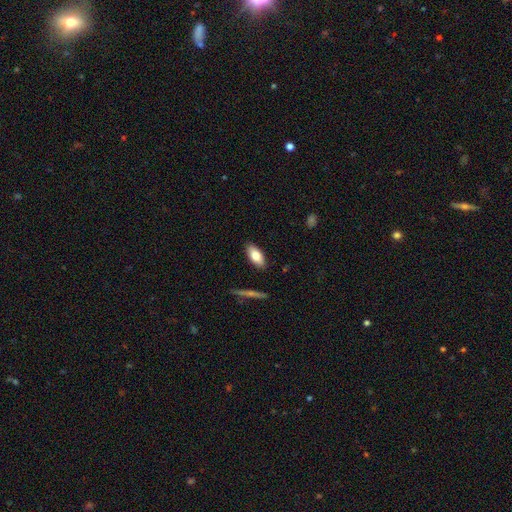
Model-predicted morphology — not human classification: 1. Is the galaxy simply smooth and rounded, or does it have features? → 78% smooth, 16% featured or disk, 7% star or artifact.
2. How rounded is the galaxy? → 87% in between, 11% cigar-shaped, 3% round.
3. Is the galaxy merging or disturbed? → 87% none, 9% minor disturbance, 2% major disturbance, 2% merger.